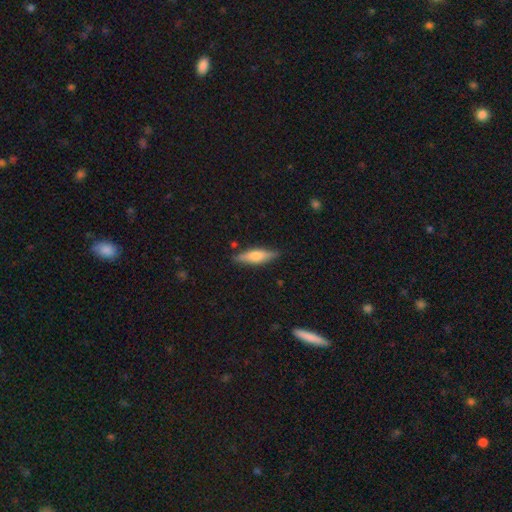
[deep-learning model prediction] smooth 50%, featured or disk 44%, star or artifact 6%. Down the decision tree: how rounded — cigar-shaped (65%); merging — none (86%).